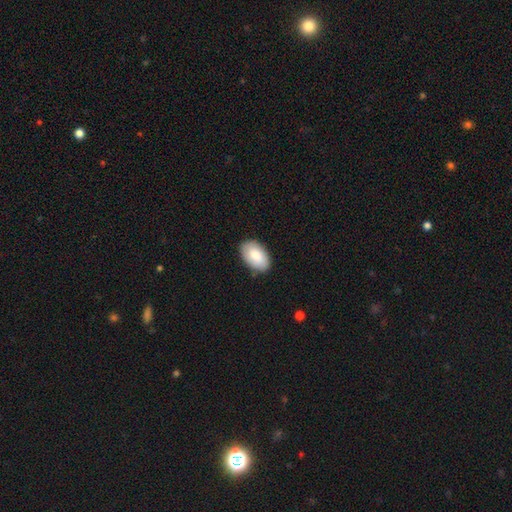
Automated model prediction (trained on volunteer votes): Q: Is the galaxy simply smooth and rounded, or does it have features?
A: smooth — 83%.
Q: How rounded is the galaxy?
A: in between — 94%.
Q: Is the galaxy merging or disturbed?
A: none — 84%.